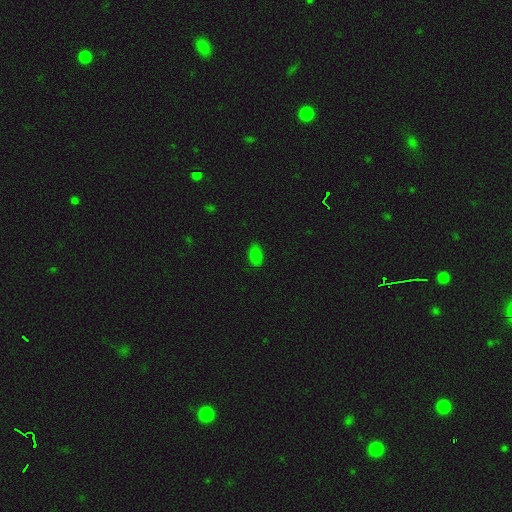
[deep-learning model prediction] Smooth or featured? Predicted: smooth (p=0.81). How rounded? Predicted: in between (p=0.92). Merging? Predicted: none (p=0.80).